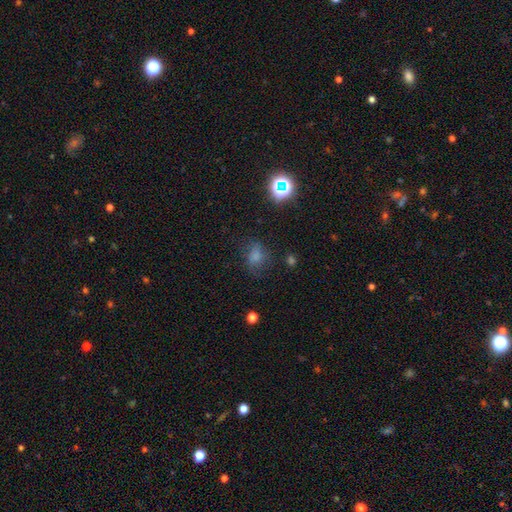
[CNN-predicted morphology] A smooth galaxy with no disk features (67%) that is in between round and cigar-shaped (54%). Merging: none (60%).